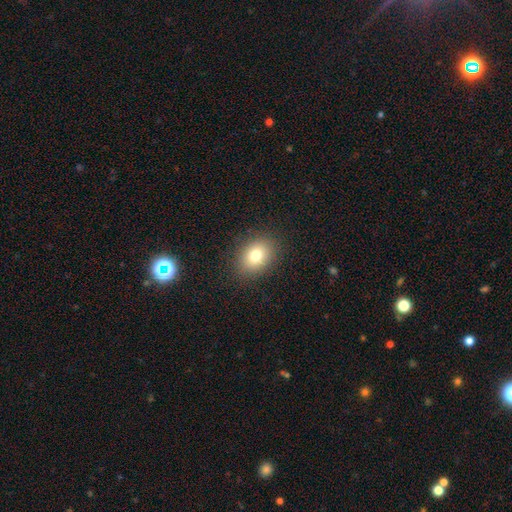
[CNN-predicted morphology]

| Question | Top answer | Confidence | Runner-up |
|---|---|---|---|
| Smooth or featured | smooth | 79% | star or artifact (11%) |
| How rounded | in between | 67% | round (32%) |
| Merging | none | 88% | minor disturbance (8%) |